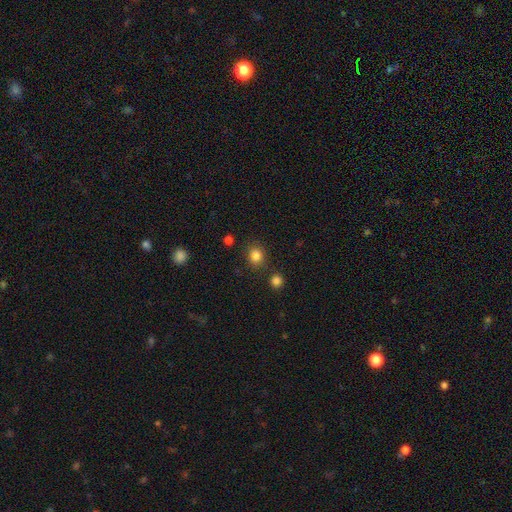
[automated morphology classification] smooth 83%, star or artifact 12%, featured or disk 4%. Down the decision tree: how rounded — round (76%); merging — none (81%).